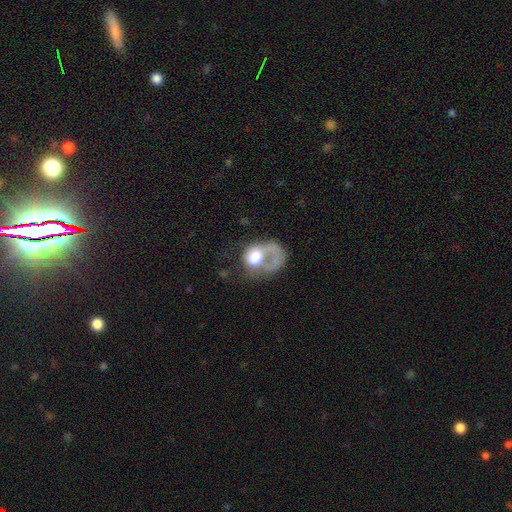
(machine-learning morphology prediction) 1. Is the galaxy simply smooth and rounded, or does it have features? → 50% smooth, 42% featured or disk, 8% star or artifact.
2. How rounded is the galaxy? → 51% round, 48% in between, 1% cigar-shaped.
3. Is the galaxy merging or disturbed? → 57% major disturbance, 18% none, 15% minor disturbance, 10% merger.